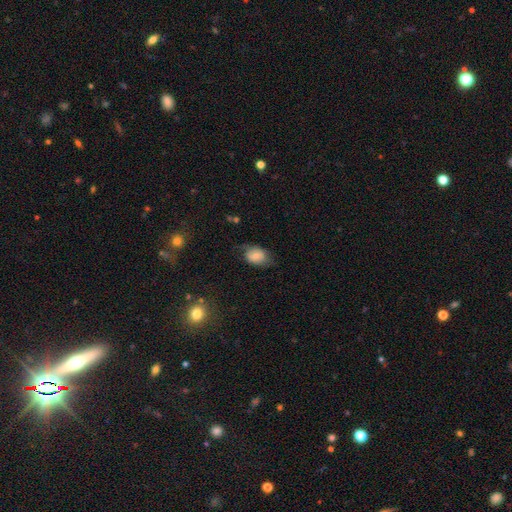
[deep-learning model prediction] Overall: smooth (67%). How rounded: in between (68%; round 30%). Merging: none (53%; minor disturbance 29%).